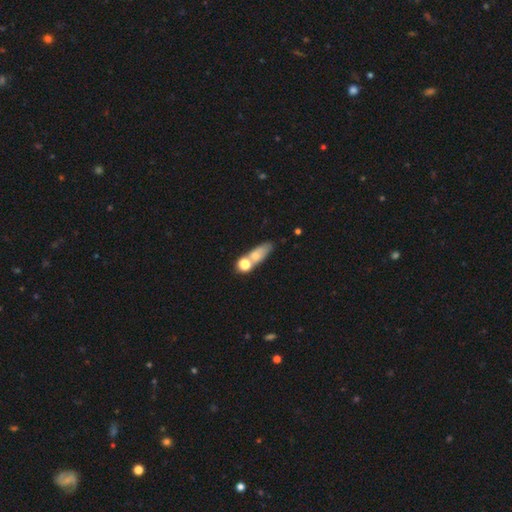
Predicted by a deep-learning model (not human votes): A smooth galaxy with no disk features (64%) that is in between round and cigar-shaped (49%).

Vote fractions:
- Smooth or featured? smooth: 64% / featured or disk: 23% / star or artifact: 13%
- How rounded? in between: 49% / cigar-shaped: 32% / round: 19%
- Merging? none: 45% / merger: 30% / minor disturbance: 15% / major disturbance: 10%